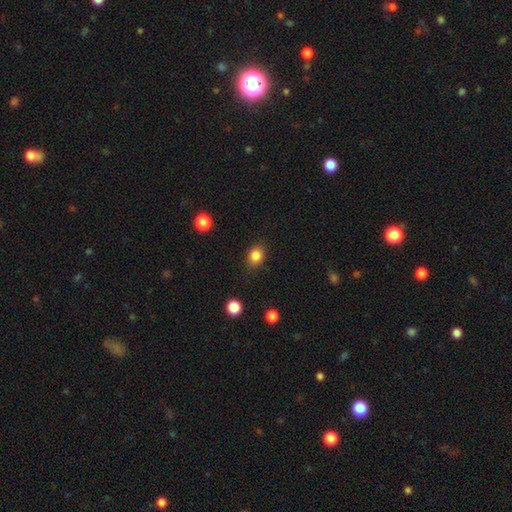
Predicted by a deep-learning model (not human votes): Smooth or featured?
  - smooth: 85% *
  - star or artifact: 11%
  - featured or disk: 5%
How rounded?
  - round: 53% *
  - in between: 46%
  - cigar-shaped: 1%
Merging?
  - none: 84% *
  - minor disturbance: 12%
  - major disturbance: 3%
  - merger: 1%